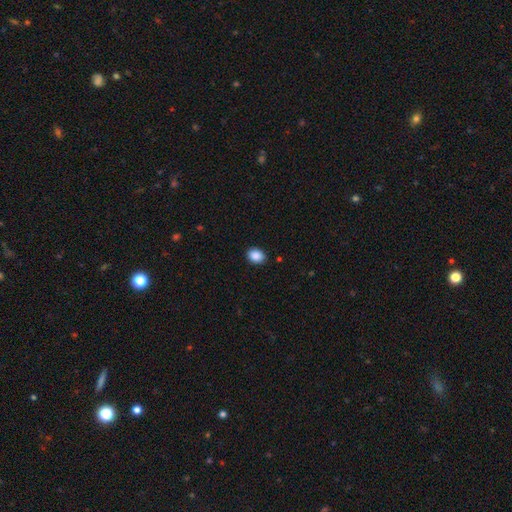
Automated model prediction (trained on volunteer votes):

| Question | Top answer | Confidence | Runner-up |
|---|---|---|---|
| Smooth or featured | smooth | 89% | star or artifact (8%) |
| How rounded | in between | 65% | round (34%) |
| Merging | none | 88% | minor disturbance (8%) |